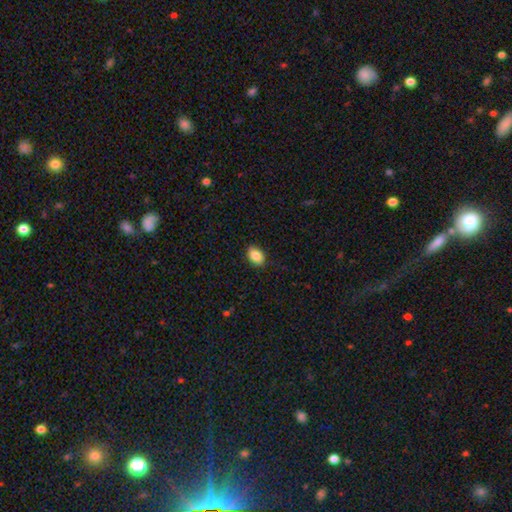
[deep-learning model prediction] This is clearly a smooth galaxy (87%). How rounded: clearly in between (83%). Merging: clearly none (89%).